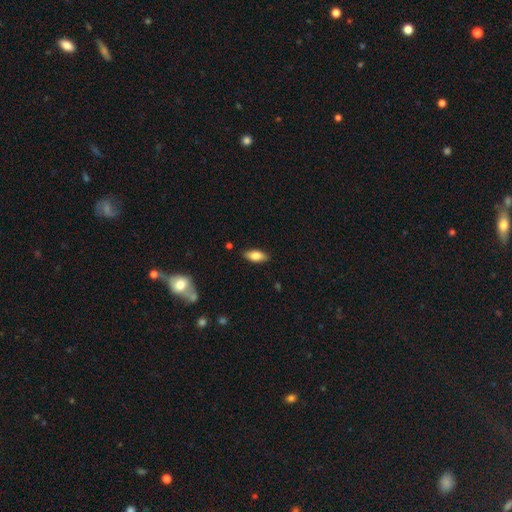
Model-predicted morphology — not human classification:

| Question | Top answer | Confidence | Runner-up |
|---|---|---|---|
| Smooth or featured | smooth | 80% | featured or disk (13%) |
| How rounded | in between | 85% | cigar-shaped (13%) |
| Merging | none | 86% | minor disturbance (11%) |